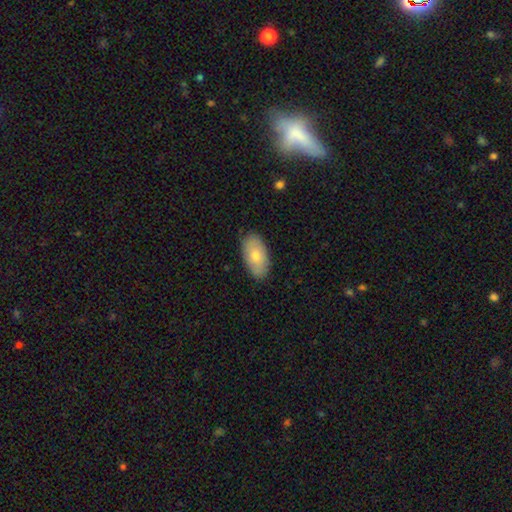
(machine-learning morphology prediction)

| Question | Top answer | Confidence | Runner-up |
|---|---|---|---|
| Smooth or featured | smooth | 74% | featured or disk (20%) |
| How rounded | in between | 94% | round (3%) |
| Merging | none | 87% | minor disturbance (10%) |